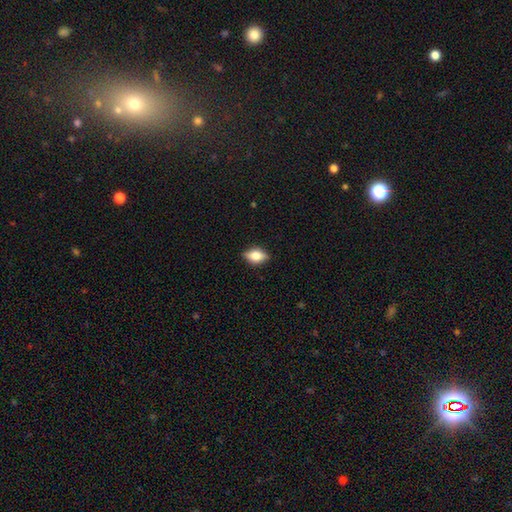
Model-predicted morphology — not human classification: A smooth galaxy with no disk features (61%) that is in between round and cigar-shaped (80%).

Vote fractions:
- Smooth or featured? smooth: 61% / featured or disk: 30% / star or artifact: 9%
- How rounded? in between: 80% / round: 13% / cigar-shaped: 7%
- Merging? none: 85% / minor disturbance: 11% / major disturbance: 2% / merger: 1%